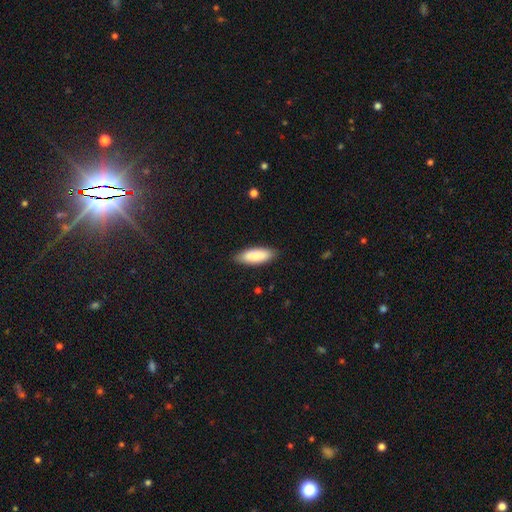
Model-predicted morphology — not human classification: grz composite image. It shows a smooth galaxy with no disk features (84%) that is in between round and cigar-shaped (69%). Merging: none (87%).